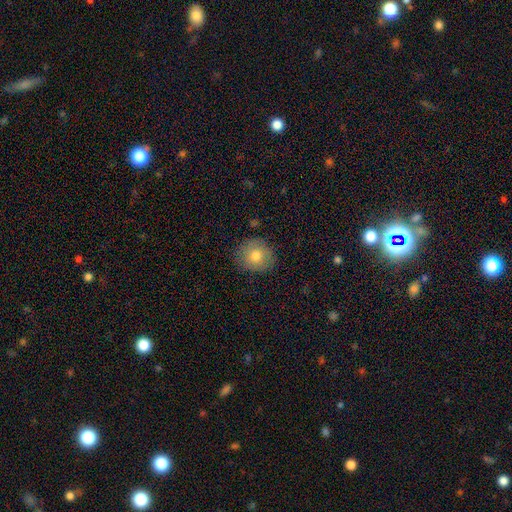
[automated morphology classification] Smooth or featured: smooth — 76% (featured or disk — 14%)
How rounded: round — 85% (in between — 14%)
Merging: none — 85% (minor disturbance — 11%)